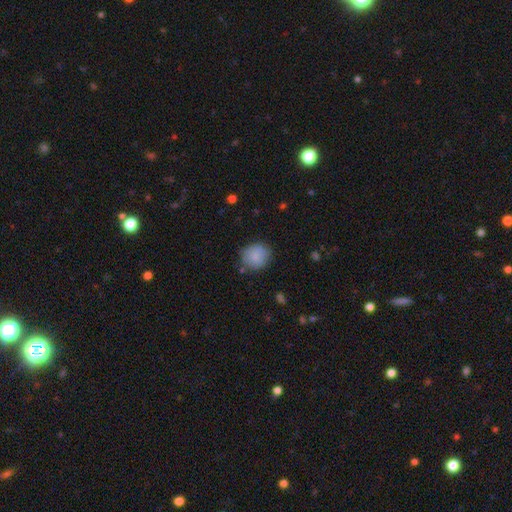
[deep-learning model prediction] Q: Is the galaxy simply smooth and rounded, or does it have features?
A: smooth — 83%.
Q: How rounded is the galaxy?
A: round — 79%.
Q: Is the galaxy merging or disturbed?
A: none — 76%.